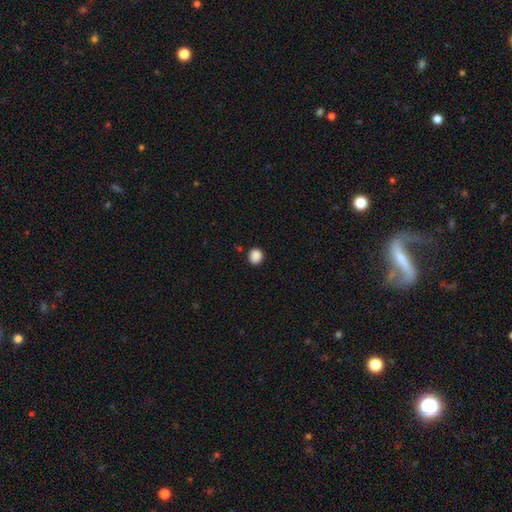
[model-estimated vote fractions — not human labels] This appears to be a smooth galaxy with no disk features (88%) that is round (81%). Merging: none (89%).